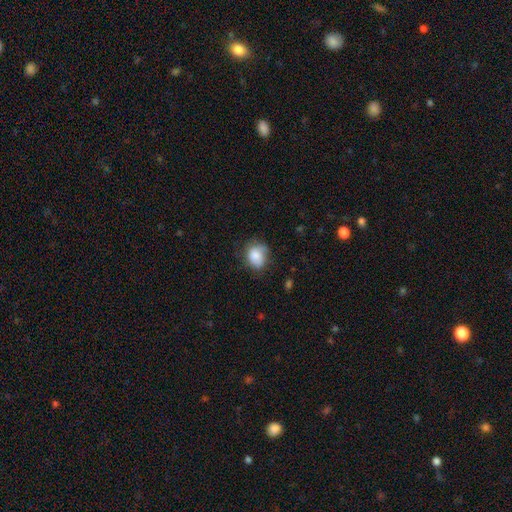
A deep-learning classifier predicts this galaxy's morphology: Q: Smooth or featured?
A: smooth (79%); runner-up: featured or disk (13%)
Q: How rounded?
A: round (50%); runner-up: in between (49%)
Q: Merging?
A: none (57%); runner-up: minor disturbance (30%)